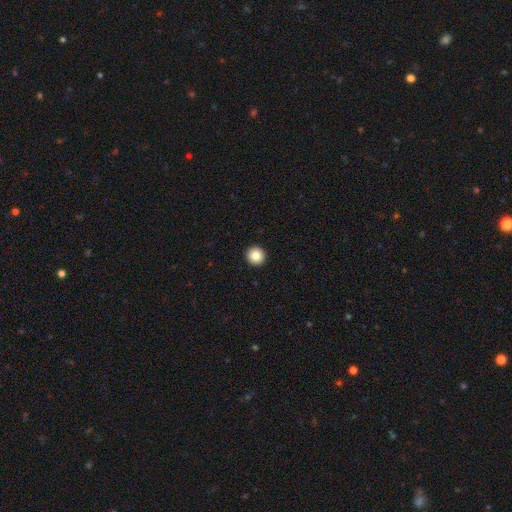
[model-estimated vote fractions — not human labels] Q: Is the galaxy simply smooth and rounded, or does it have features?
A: smooth — 84%.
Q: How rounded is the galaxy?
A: round — 96%.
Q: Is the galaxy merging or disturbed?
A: none — 94%.